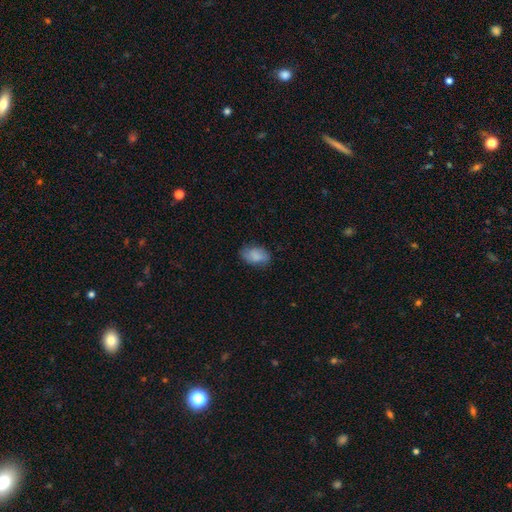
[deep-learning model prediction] smooth-or-featured: smooth: 79% | featured or disk: 13% | star or artifact: 8%
  how-rounded: in between: 89% | round: 9% | cigar-shaped: 2%
  merging: none: 71% | minor disturbance: 22% | major disturbance: 6% | merger: 1%